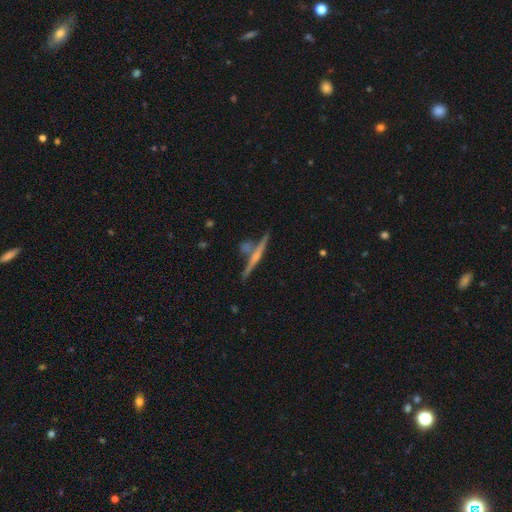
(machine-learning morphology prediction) A featured or disk galaxy (66%) viewed edge-on (97%) with a rounded central bulge (58%).

Vote fractions:
- Smooth or featured? featured or disk: 66% / smooth: 26% / star or artifact: 7%
- Edge-on disk? yes: 97% / no: 3%
- Edge-on bulge? rounded: 58% / none: 31% / boxy: 11%
- Merging? none: 72% / merger: 15% / minor disturbance: 10% / major disturbance: 3%